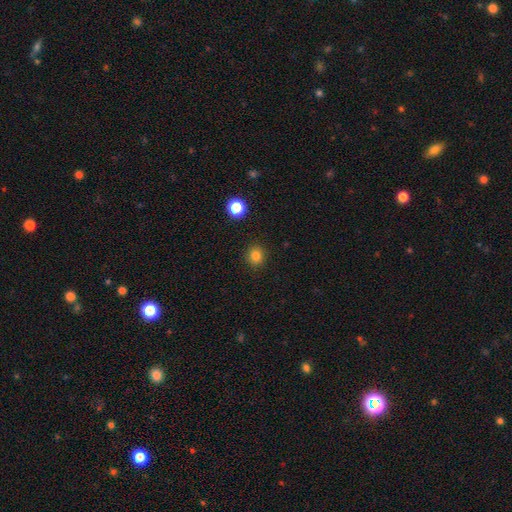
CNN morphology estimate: smooth-or-featured: smooth: 80% | star or artifact: 14% | featured or disk: 5%
  how-rounded: round: 87% | in between: 12% | cigar-shaped: 1%
  merging: none: 91% | minor disturbance: 6% | major disturbance: 2% | merger: 1%